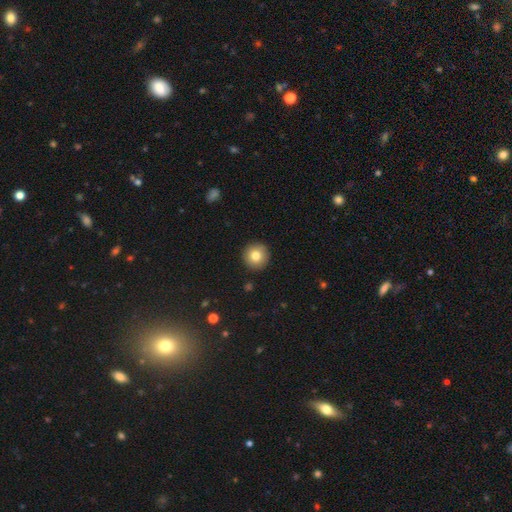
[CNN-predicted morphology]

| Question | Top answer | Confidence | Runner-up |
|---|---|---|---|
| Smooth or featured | smooth | 80% | featured or disk (11%) |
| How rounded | round | 95% | in between (4%) |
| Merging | none | 92% | minor disturbance (5%) |